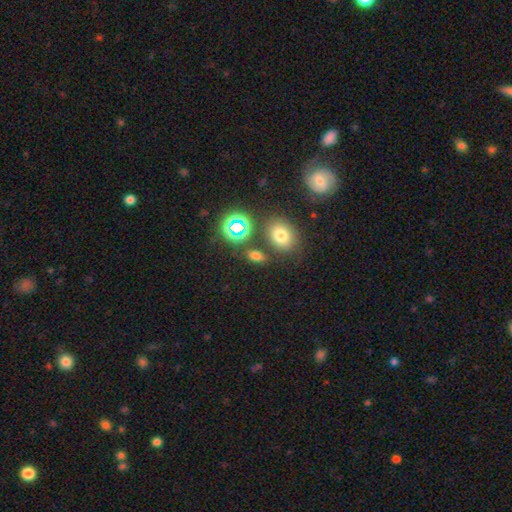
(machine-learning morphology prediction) A smooth galaxy with no disk features (60%) that is in between round and cigar-shaped (75%).

Vote fractions:
- Smooth or featured? smooth: 60% / star or artifact: 30% / featured or disk: 10%
- How rounded? in between: 75% / round: 20% / cigar-shaped: 5%
- Merging? none: 77% / minor disturbance: 11% / merger: 9% / major disturbance: 4%